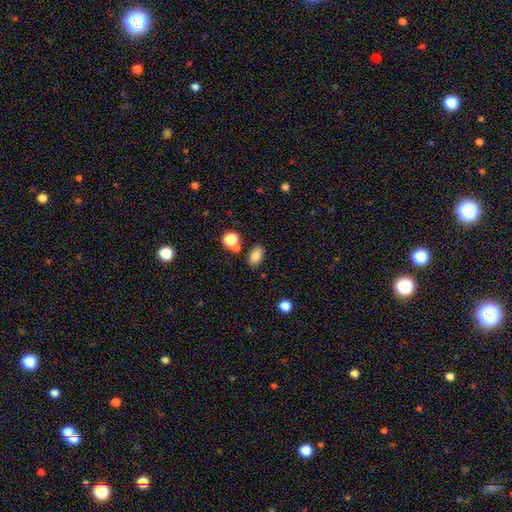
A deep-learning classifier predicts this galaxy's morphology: Smooth or featured? Predicted: smooth (p=0.83). How rounded? Predicted: in between (p=0.87). Merging? Predicted: none (p=0.76).